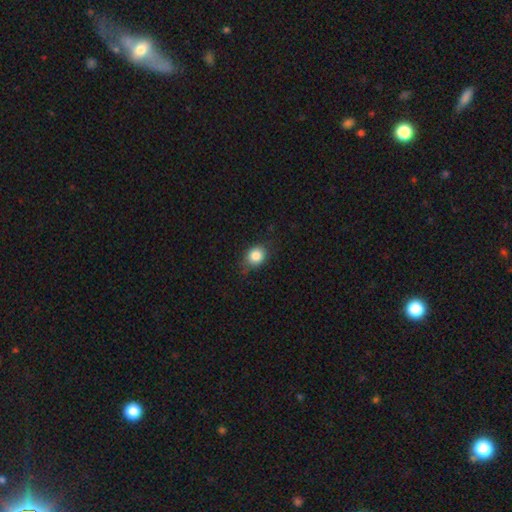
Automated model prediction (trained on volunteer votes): smooth_or_featured: smooth (p=0.83) [alt: star or artifact p=0.10]
how_rounded: round (p=0.61) [alt: in between p=0.37]
merging: none (p=0.75) [alt: minor disturbance p=0.20]